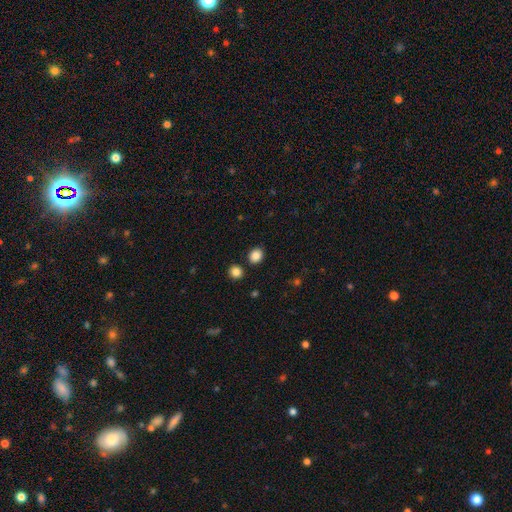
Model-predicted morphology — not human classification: A smooth galaxy with no disk features (86%) that is round (64%).

Vote fractions:
- Smooth or featured? smooth: 86% / star or artifact: 10% / featured or disk: 4%
- How rounded? round: 64% / in between: 35% / cigar-shaped: 1%
- Merging? none: 85% / minor disturbance: 8% / merger: 5% / major disturbance: 2%